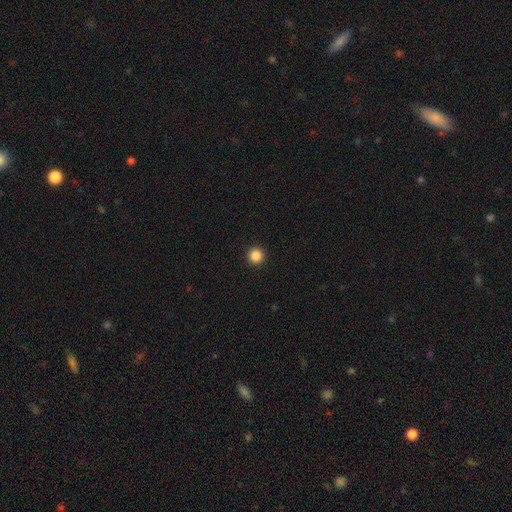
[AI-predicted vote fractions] Smooth or featured? Predicted: smooth (p=0.87). How rounded? Predicted: round (p=0.96). Merging? Predicted: none (p=0.94).